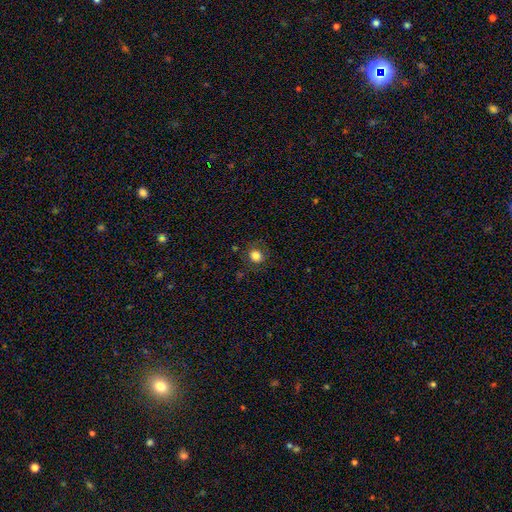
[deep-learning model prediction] This appears to be a smooth galaxy with no disk features (81%) that is round (82%). Merging: none (82%).